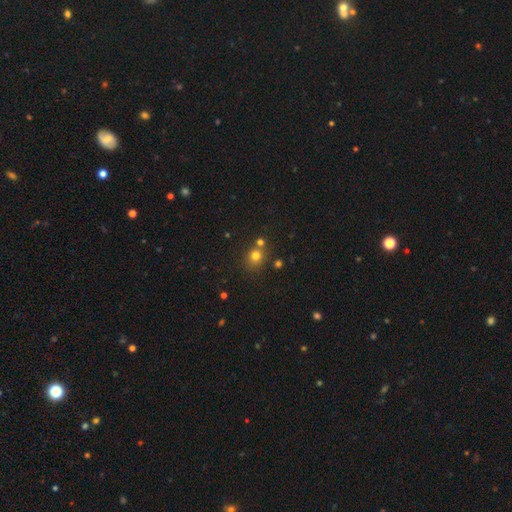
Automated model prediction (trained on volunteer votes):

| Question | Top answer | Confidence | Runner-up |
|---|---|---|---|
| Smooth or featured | smooth | 75% | star or artifact (17%) |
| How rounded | round | 80% | in between (19%) |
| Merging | none | 65% | merger (22%) |